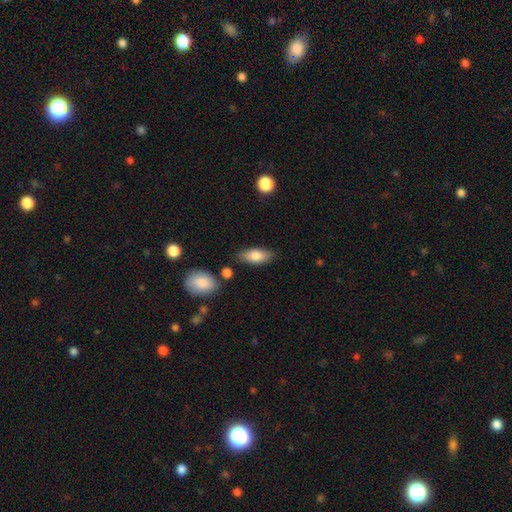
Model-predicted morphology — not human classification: smooth-or-featured: smooth: 78% | featured or disk: 15% | star or artifact: 7%
  how-rounded: in between: 82% | cigar-shaped: 15% | round: 3%
  merging: none: 81% | minor disturbance: 13% | merger: 4% | major disturbance: 3%